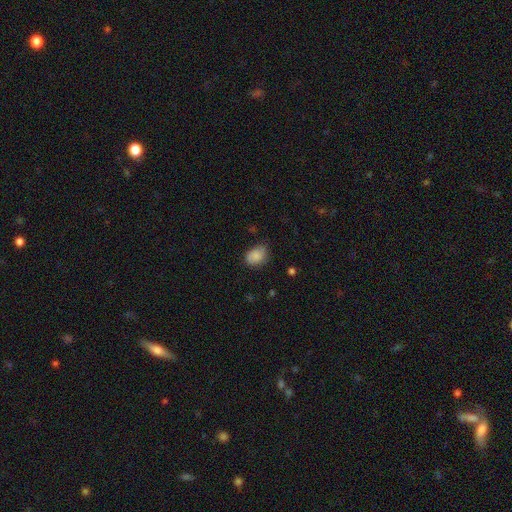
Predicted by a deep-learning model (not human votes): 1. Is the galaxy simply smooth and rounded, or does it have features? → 85% smooth, 8% star or artifact, 7% featured or disk.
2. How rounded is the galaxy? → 72% in between, 27% round, 1% cigar-shaped.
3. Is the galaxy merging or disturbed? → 67% none, 27% minor disturbance, 5% major disturbance, 1% merger.